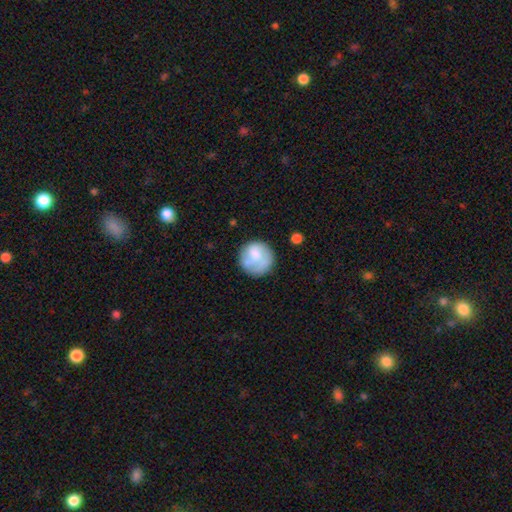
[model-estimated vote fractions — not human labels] A smooth galaxy with no disk features (69%) that is round (90%). Merging: none (64%).